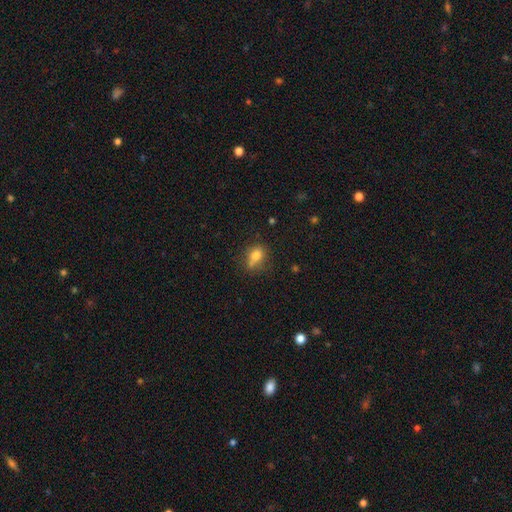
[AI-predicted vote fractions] Smooth or featured? Predicted: smooth (p=0.76). How rounded? Predicted: in between (p=0.52). Merging? Predicted: none (p=0.50).